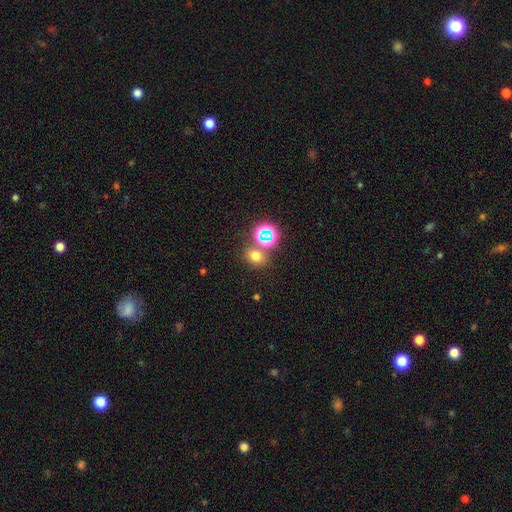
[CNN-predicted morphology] Smooth or featured?
  - smooth: 64% *
  - star or artifact: 28%
  - featured or disk: 8%
How rounded?
  - round: 68% *
  - in between: 31%
  - cigar-shaped: 1%
Merging?
  - none: 68% *
  - merger: 20%
  - minor disturbance: 9%
  - major disturbance: 4%